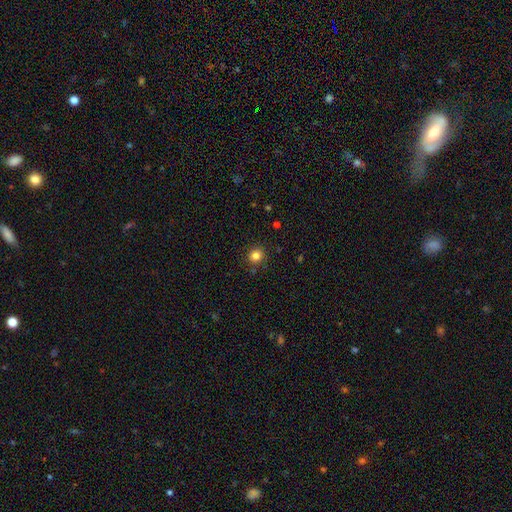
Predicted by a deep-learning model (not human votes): Overall: smooth (82%). How rounded: round (88%). Merging: none (89%).